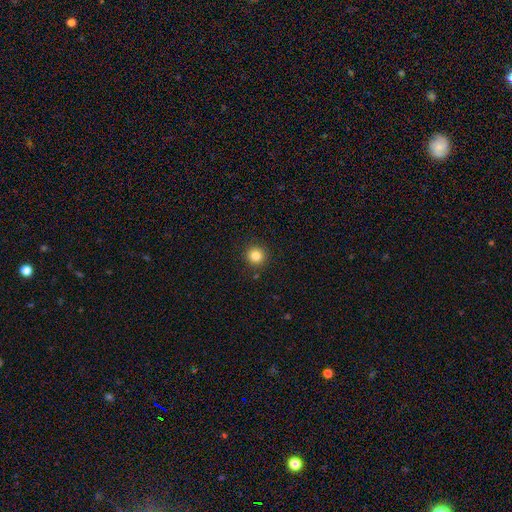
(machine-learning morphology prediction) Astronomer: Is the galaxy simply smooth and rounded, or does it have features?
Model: smooth — 83%.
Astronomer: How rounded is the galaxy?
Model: round — 95%.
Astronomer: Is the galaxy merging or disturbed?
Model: none — 91%.